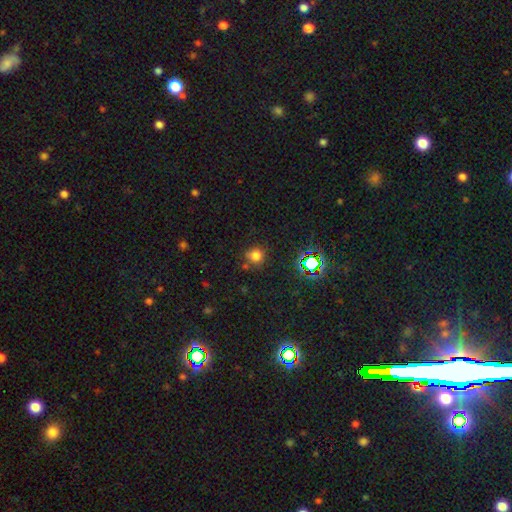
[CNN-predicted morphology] smooth 74%, star or artifact 20%, featured or disk 6%. Down the decision tree: how rounded — round (89%); merging — none (75%).